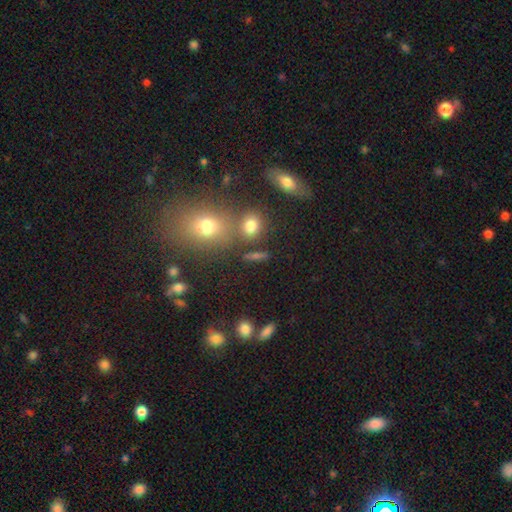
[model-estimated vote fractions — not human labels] A smooth galaxy with no disk features (67%) that is in between round and cigar-shaped (47%).

Vote fractions:
- Smooth or featured? smooth: 67% / star or artifact: 18% / featured or disk: 15%
- How rounded? in between: 47% / round: 37% / cigar-shaped: 17%
- Merging? none: 69% / merger: 15% / minor disturbance: 11% / major disturbance: 5%